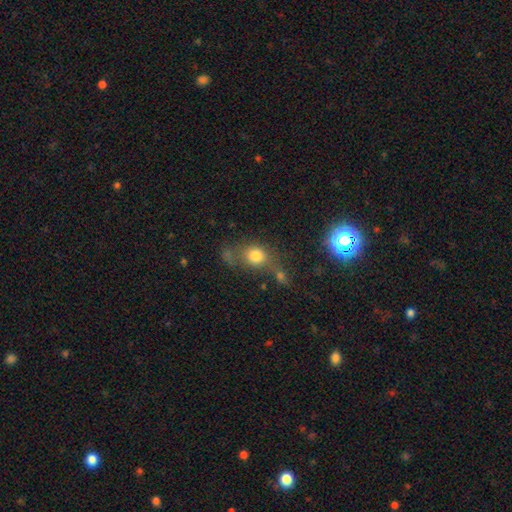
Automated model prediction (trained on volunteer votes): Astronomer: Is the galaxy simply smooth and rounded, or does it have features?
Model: smooth — 72%.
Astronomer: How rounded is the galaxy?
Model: round — 59% (runner-up: in between, 37%).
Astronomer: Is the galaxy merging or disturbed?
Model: none — 41% (runner-up: merger, 26%).